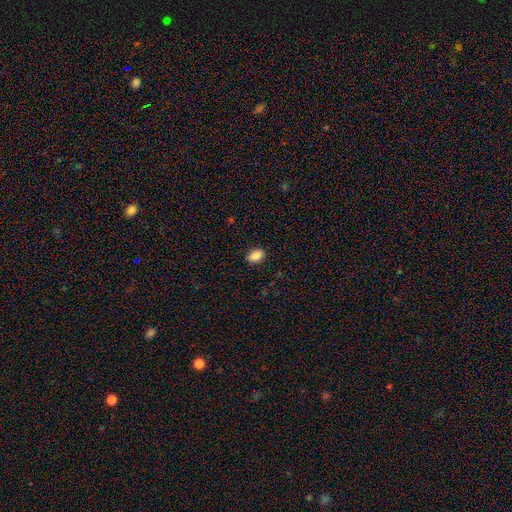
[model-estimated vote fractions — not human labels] A smooth galaxy with no disk features (87%) that is in between round and cigar-shaped (85%). Merging: none (88%).